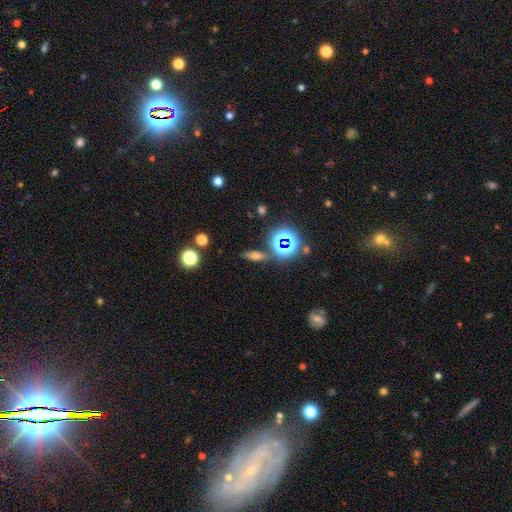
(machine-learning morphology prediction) The model was most divided on "how rounded": in between: 52%, cigar-shaped: 36%, round: 13%. More confident: merging — none (80%); smooth or featured — smooth (55%).